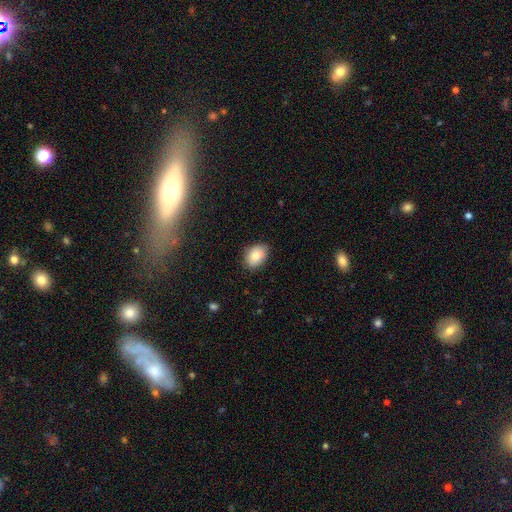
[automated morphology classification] A smooth galaxy with no disk features (84%) that is in between round and cigar-shaped (80%). Merging: none (79%).